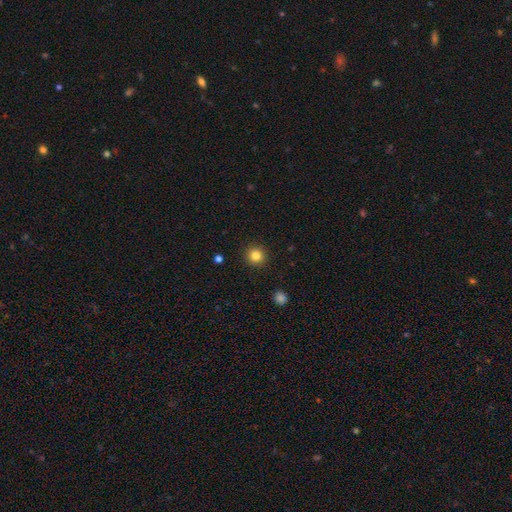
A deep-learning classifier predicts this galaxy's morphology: Smooth or featured: smooth — 84% (star or artifact — 11%)
How rounded: round — 93% (in between — 6%)
Merging: none — 92% (minor disturbance — 5%)